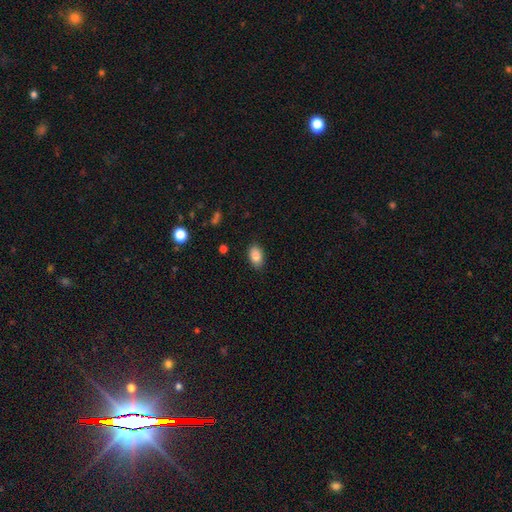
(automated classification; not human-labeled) This is clearly a smooth galaxy (88%). How rounded: clearly in between (91%). Merging: clearly none (86%).